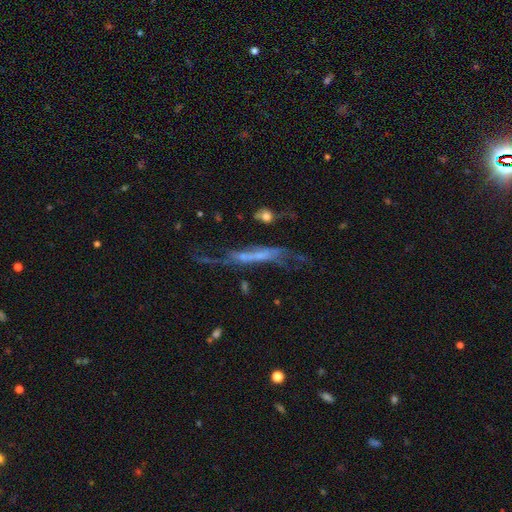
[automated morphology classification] Overall: featured or disk (63%). Edge-on disk: no (50%, tied with yes). Merging: none (37%; major disturbance 33%).